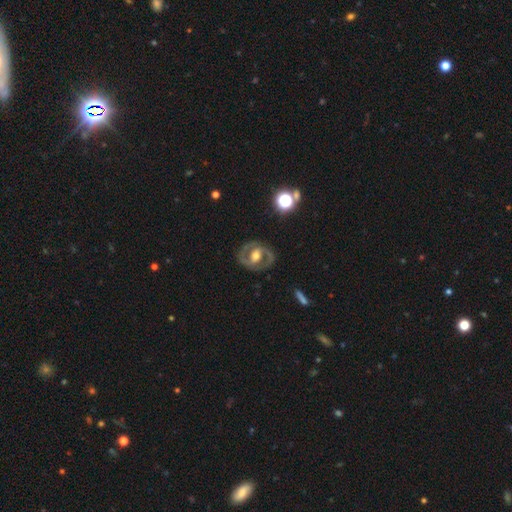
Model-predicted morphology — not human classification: Overall: featured or disk (77%). Edge-on disk: no (96%). Bar: weak (37%; no 35%). Spiral arms: yes (73%). Spiral arm count: 2 (85%). Spiral winding: medium (50%; tight 35%). Bulge size: moderate (67%). Merging: none (80%).